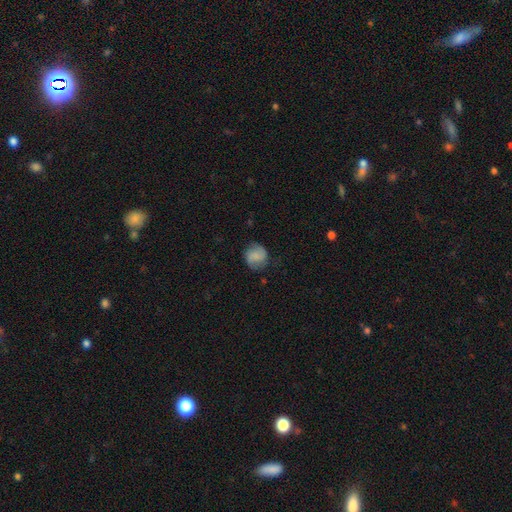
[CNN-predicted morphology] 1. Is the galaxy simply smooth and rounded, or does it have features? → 59% smooth, 33% featured or disk, 9% star or artifact.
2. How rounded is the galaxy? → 80% round, 19% in between, 1% cigar-shaped.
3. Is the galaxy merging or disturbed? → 73% none, 19% minor disturbance, 7% major disturbance, 1% merger.